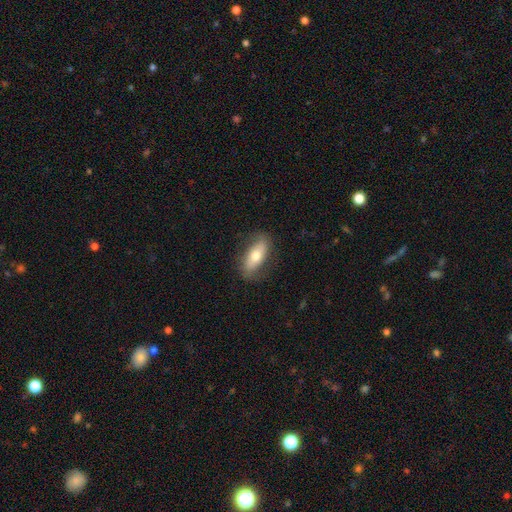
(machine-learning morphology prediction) smooth_or_featured: smooth (p=0.62) [alt: featured or disk p=0.32]
how_rounded: in between (p=0.74) [alt: cigar-shaped p=0.22]
merging: none (p=0.81) [alt: minor disturbance p=0.14]